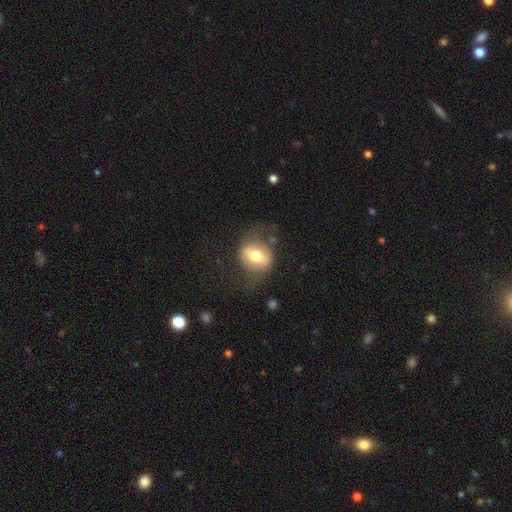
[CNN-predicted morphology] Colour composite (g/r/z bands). It shows a smooth galaxy with no disk features (48%). Merging: none (63%).